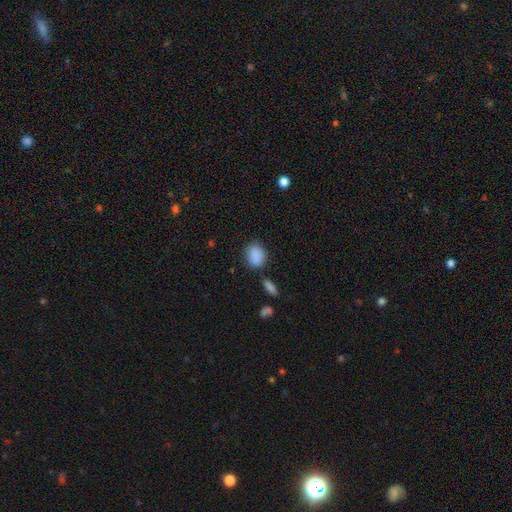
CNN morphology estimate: Smooth or featured? smooth (88%)
How rounded? in between (58%)
Merging? none (75%)